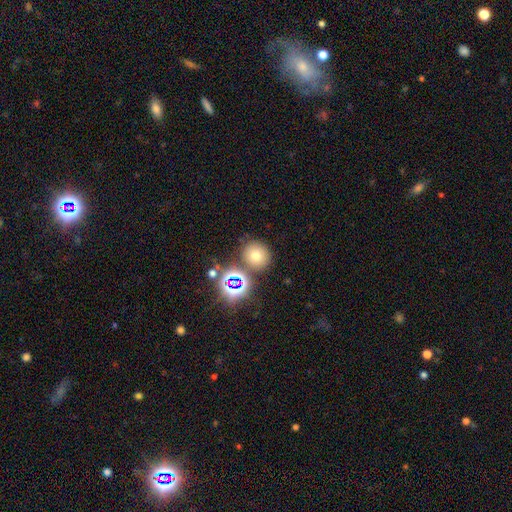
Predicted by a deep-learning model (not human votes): Smooth or featured?
  - smooth: 65% *
  - star or artifact: 25%
  - featured or disk: 11%
How rounded?
  - round: 84% *
  - in between: 15%
  - cigar-shaped: 1%
Merging?
  - none: 78% *
  - merger: 10%
  - minor disturbance: 9%
  - major disturbance: 4%